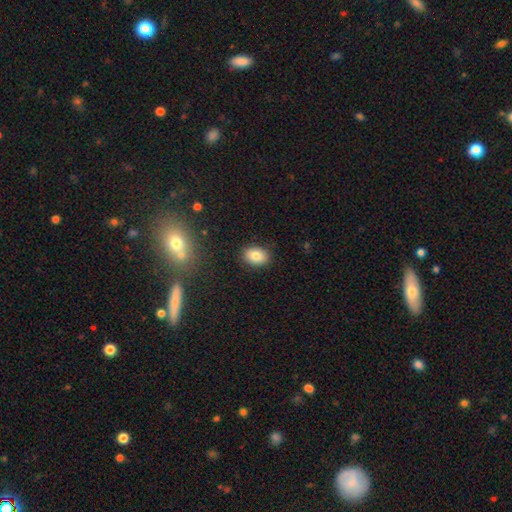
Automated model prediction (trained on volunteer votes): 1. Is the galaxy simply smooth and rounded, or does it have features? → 81% smooth, 10% star or artifact, 9% featured or disk.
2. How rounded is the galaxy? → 74% in between, 25% round, 1% cigar-shaped.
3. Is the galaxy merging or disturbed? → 88% none, 9% minor disturbance, 2% major disturbance, 1% merger.